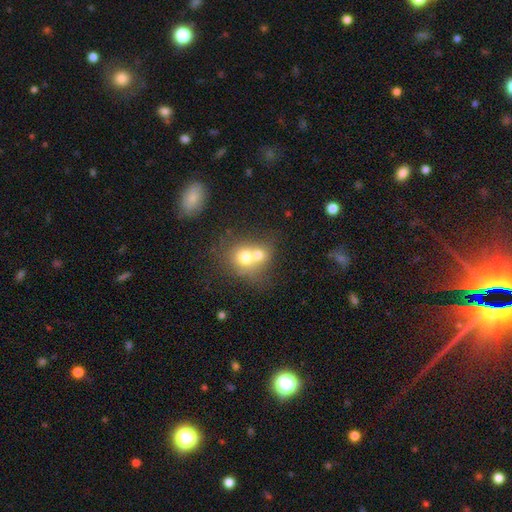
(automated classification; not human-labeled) smooth 67%, featured or disk 21%, star or artifact 11%. Down the decision tree: how rounded — round (70%); merging — merger (66%).